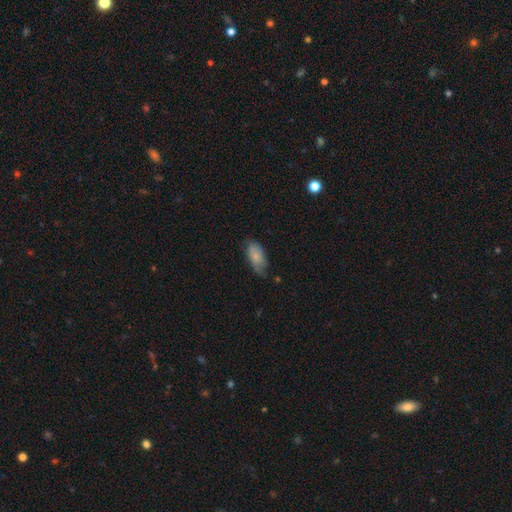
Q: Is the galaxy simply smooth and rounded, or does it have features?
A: smooth — 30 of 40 (75%).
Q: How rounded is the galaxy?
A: in between — 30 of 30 (100%).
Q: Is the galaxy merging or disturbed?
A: none — 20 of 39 (51%).